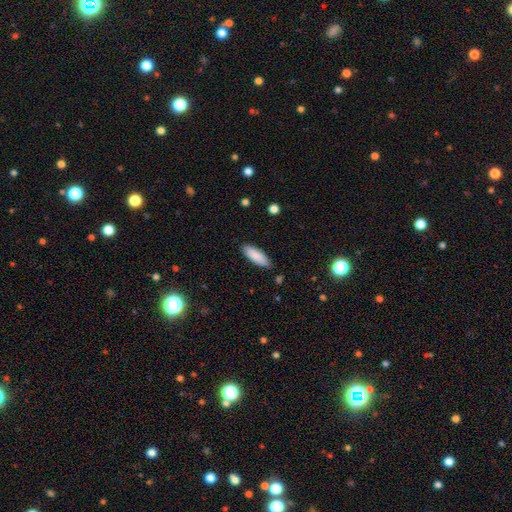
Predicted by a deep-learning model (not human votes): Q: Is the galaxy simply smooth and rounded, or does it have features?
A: smooth — 88%.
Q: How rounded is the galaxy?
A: in between — 65%.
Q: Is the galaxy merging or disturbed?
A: none — 87%.